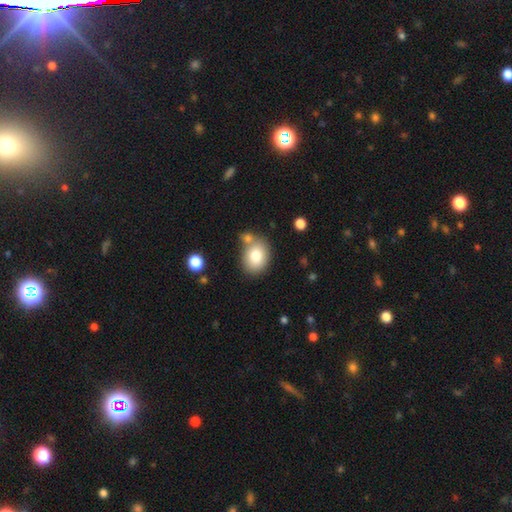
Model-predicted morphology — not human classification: smooth_or_featured: smooth (p=0.78) [alt: featured or disk p=0.13]
how_rounded: in between (p=0.55) [alt: round p=0.44]
merging: none (p=0.63) [alt: merger p=0.19]